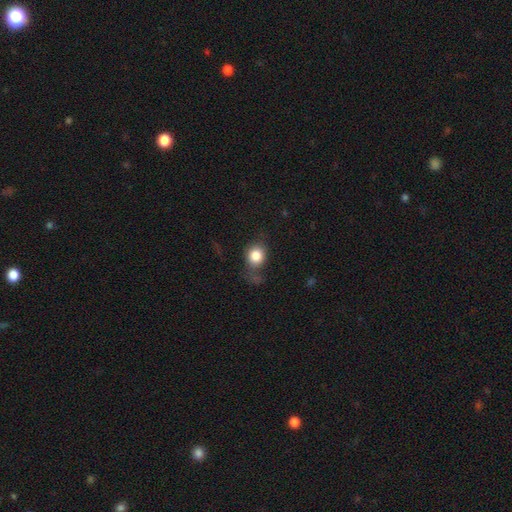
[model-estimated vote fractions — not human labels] Smooth or featured? smooth (81%)
How rounded? round (69%)
Merging? none (51%)